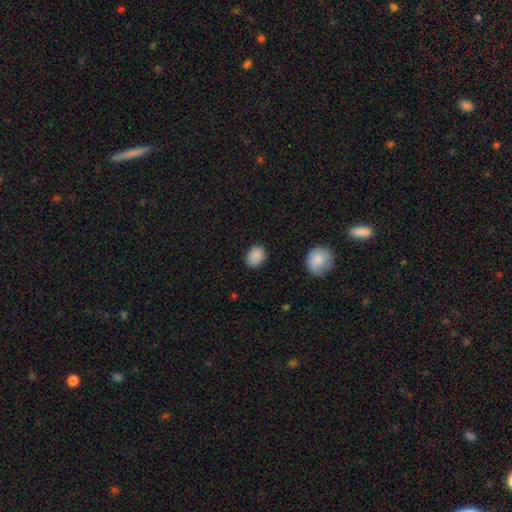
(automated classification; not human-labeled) A smooth galaxy with no disk features (89%) that is in between round and cigar-shaped (67%).

Vote fractions:
- Smooth or featured? smooth: 89% / star or artifact: 8% / featured or disk: 3%
- How rounded? in between: 67% / round: 32% / cigar-shaped: 1%
- Merging? none: 83% / minor disturbance: 13% / major disturbance: 3% / merger: 1%